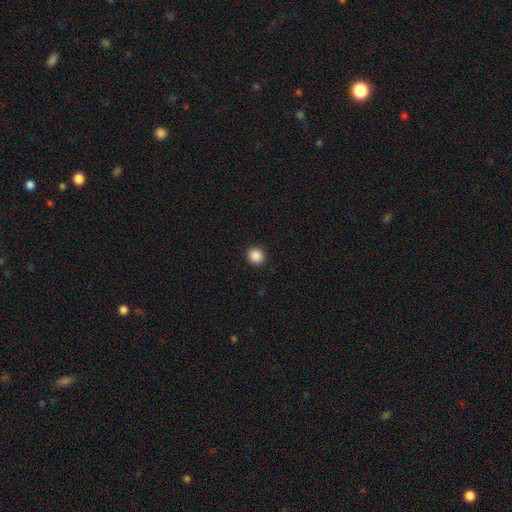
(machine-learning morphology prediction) Overall: smooth (88%). How rounded: round (89%). Merging: none (92%).